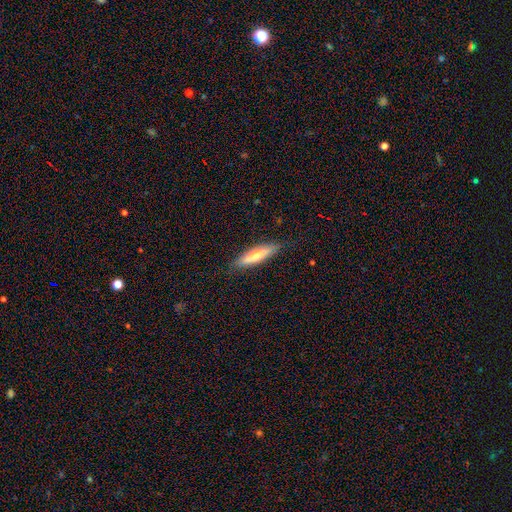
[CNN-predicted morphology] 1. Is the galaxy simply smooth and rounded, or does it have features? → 60% smooth, 34% featured or disk, 6% star or artifact.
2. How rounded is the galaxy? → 77% cigar-shaped, 22% in between, 2% round.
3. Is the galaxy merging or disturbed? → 84% none, 13% minor disturbance, 3% major disturbance, 1% merger.